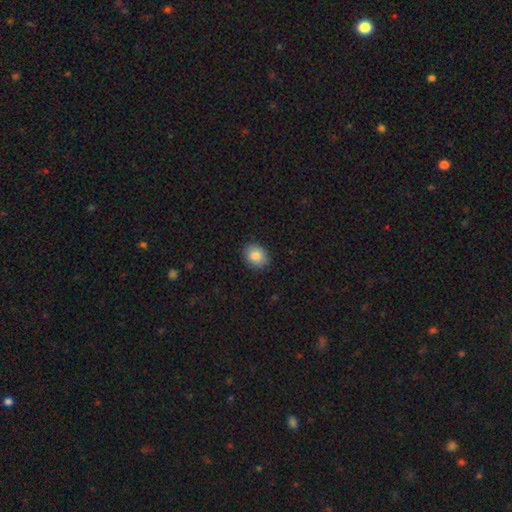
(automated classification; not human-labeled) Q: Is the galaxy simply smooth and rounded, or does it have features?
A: smooth — 85%.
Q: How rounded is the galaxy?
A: round — 51%.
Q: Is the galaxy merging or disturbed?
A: none — 89%.